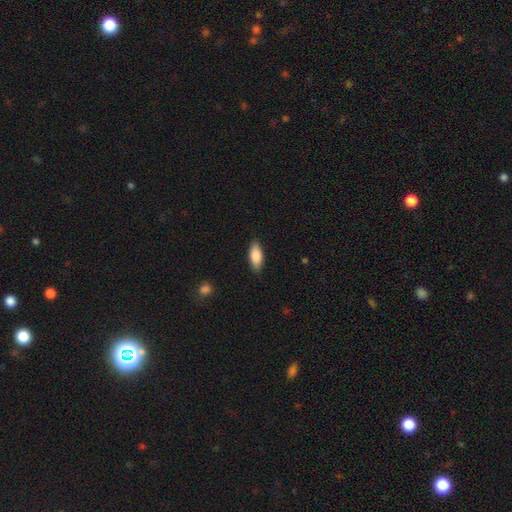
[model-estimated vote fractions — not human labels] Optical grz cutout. It shows a smooth galaxy with no disk features (84%) that is in between round and cigar-shaped (80%). Merging: none (87%).